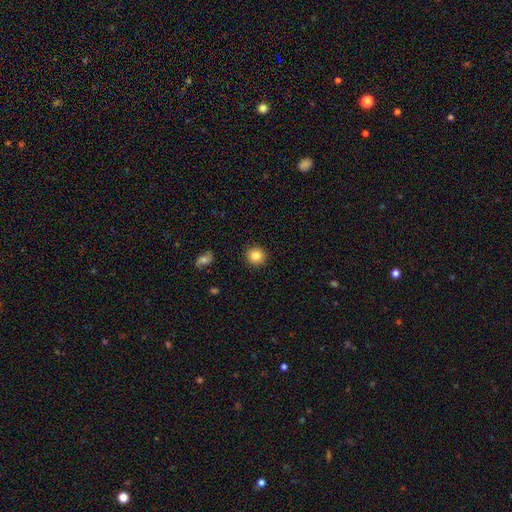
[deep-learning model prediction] The model was most divided on "smooth or featured": smooth: 84%, star or artifact: 9%, featured or disk: 6%. More confident: merging — none (91%); how rounded — round (91%).